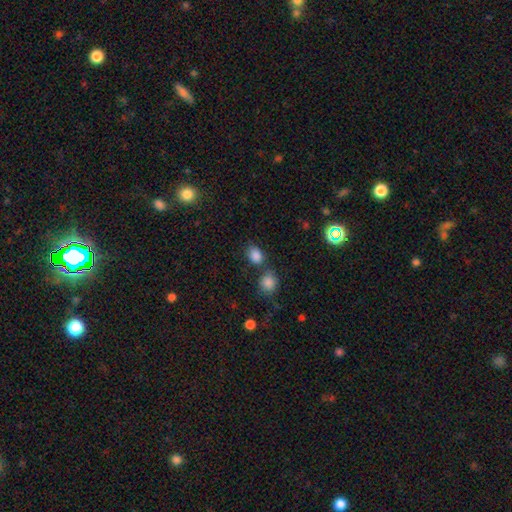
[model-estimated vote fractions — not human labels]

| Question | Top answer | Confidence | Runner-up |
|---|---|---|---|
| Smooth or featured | smooth | 83% | star or artifact (12%) |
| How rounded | in between | 66% | round (32%) |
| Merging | none | 60% | merger (21%) |